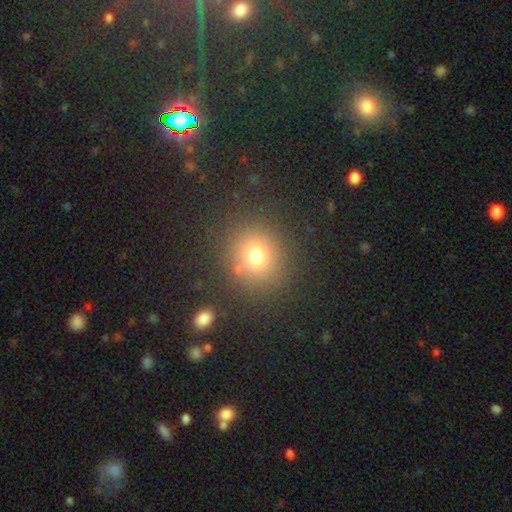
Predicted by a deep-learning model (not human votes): smooth 74%, star or artifact 17%, featured or disk 9%. Down the decision tree: how rounded — round (85%); merging — none (84%).